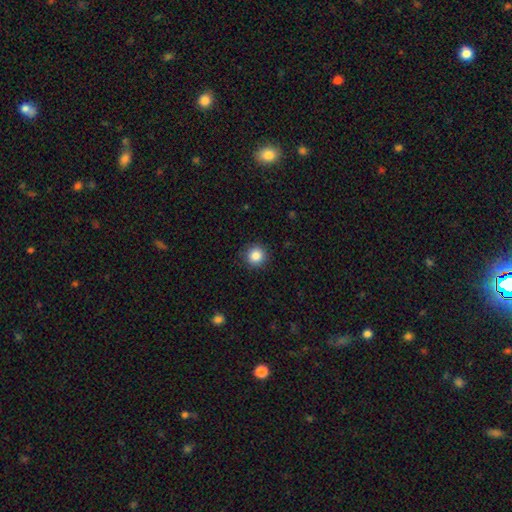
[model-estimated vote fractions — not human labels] A smooth galaxy with no disk features (85%) that is round (94%).

Vote fractions:
- Smooth or featured? smooth: 85% / star or artifact: 10% / featured or disk: 4%
- How rounded? round: 94% / in between: 5% / cigar-shaped: 1%
- Merging? none: 90% / minor disturbance: 7% / major disturbance: 2% / merger: 1%